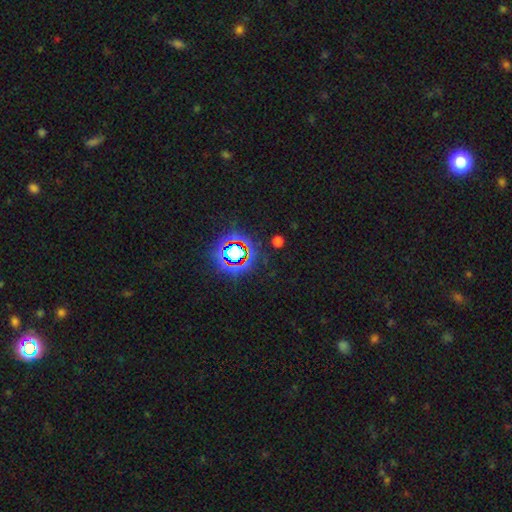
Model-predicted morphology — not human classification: This is likely a star or artifact rather than a galaxy (78%).